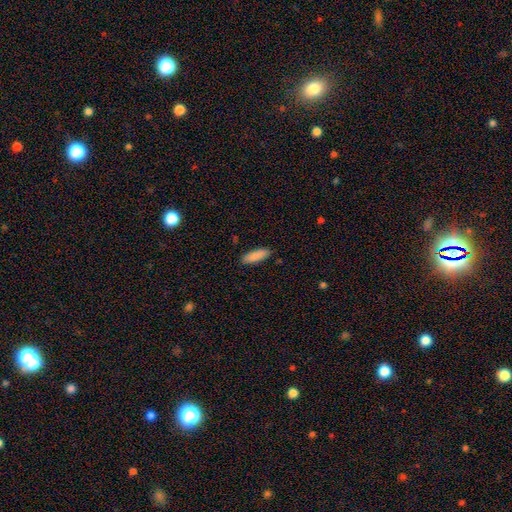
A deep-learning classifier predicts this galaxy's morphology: The model was most divided on "how rounded": in between: 53%, cigar-shaped: 45%, round: 1%. More confident: smooth or featured — smooth (89%); merging — none (88%).